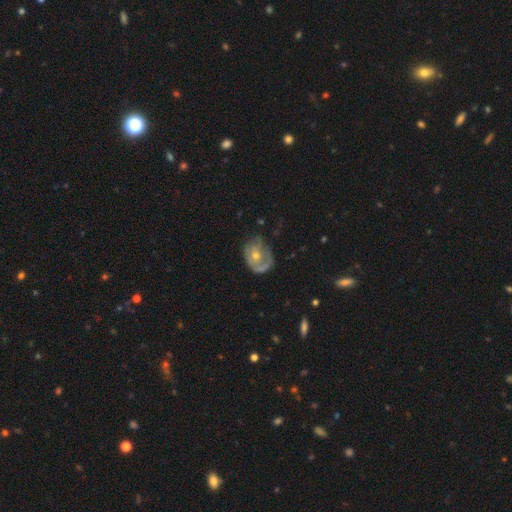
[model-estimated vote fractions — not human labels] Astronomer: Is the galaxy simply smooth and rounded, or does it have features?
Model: featured or disk — 61%.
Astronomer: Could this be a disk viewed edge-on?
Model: no — 96%.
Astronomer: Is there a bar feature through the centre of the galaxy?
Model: no — 83%.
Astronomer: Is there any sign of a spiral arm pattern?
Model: yes — 58% (runner-up: no, 42%).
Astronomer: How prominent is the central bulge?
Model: small — 50% (runner-up: moderate, 46%).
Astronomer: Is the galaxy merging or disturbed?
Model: none — 42% (runner-up: minor disturbance, 30%).